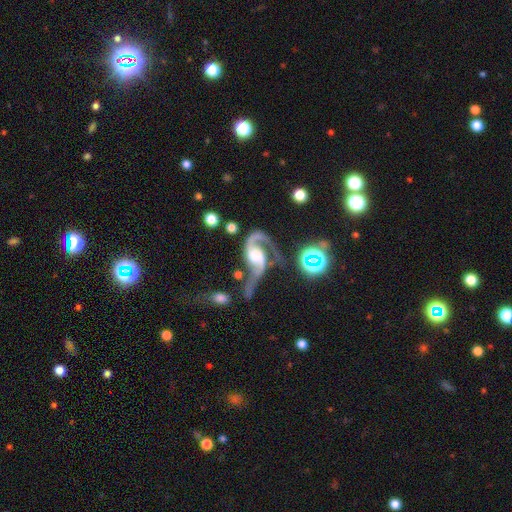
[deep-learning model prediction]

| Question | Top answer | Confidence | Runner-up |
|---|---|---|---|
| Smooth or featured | featured or disk | 90% | star or artifact (5%) |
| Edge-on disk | no | 97% | yes (3%) |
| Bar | no | 46% | weak (37%) |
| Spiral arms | yes | 97% | no (3%) |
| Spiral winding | loose | 53% | medium (38%) |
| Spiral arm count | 2 | 90% | 1 (5%) |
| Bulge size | moderate | 37% | large (34%) |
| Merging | none | 38% | major disturbance (27%) |